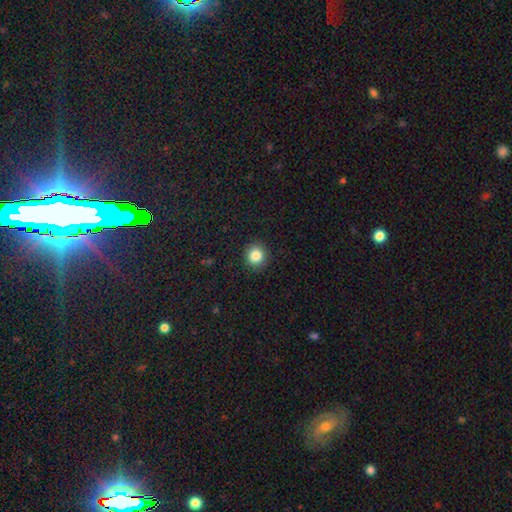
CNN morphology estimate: Smooth or featured? smooth (85%)
How rounded? round (90%)
Merging? none (91%)